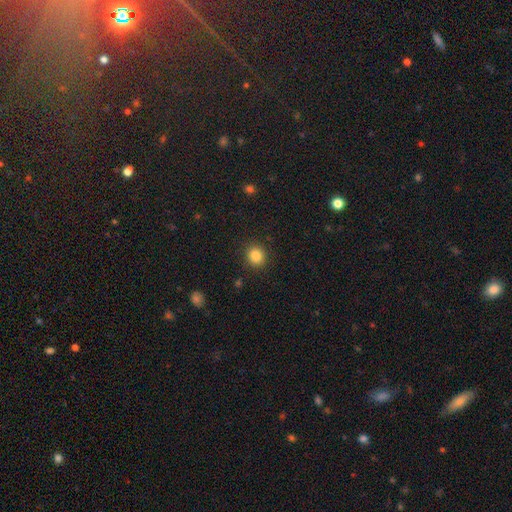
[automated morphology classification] A smooth galaxy with no disk features (85%) that is round (85%).

Vote fractions:
- Smooth or featured? smooth: 85% / star or artifact: 11% / featured or disk: 4%
- How rounded? round: 85% / in between: 14% / cigar-shaped: 1%
- Merging? none: 91% / minor disturbance: 6% / major disturbance: 2% / merger: 1%